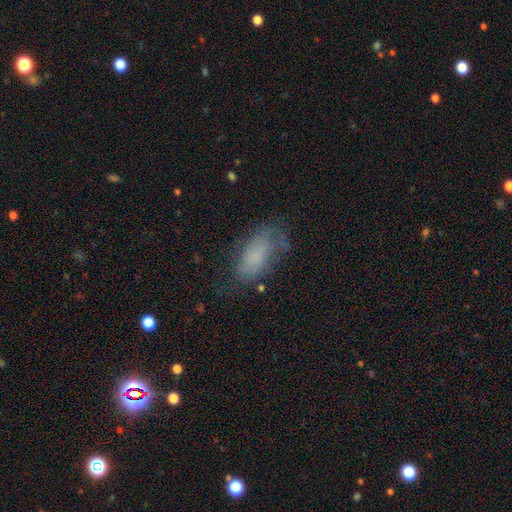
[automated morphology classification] Smooth or featured: smooth — 67% (featured or disk — 22%)
How rounded: in between — 87% (cigar-shaped — 9%)
Merging: none — 57% (minor disturbance — 27%)